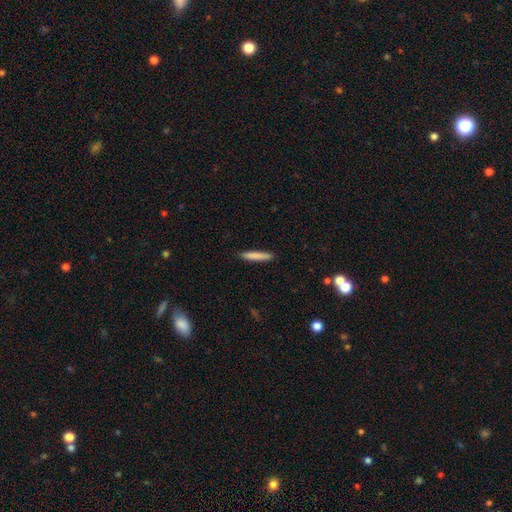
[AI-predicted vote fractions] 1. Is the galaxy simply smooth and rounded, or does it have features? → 83% smooth, 11% featured or disk, 6% star or artifact.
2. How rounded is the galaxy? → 93% cigar-shaped, 6% in between, 1% round.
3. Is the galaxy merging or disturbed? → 90% none, 8% minor disturbance, 2% major disturbance, 1% merger.